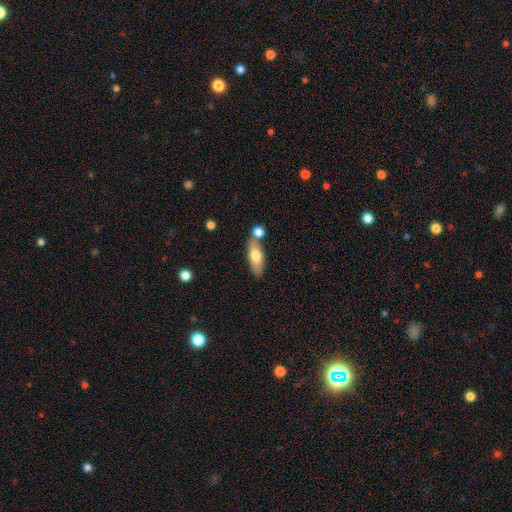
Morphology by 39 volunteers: smooth-or-featured: smooth: 82% | featured or disk: 10% | star or artifact: 8%
  how-rounded: in between: 72% | cigar-shaped: 25% | round: 3%
  merging: none: 75% | merger: 14% | minor disturbance: 6% | major disturbance: 6%